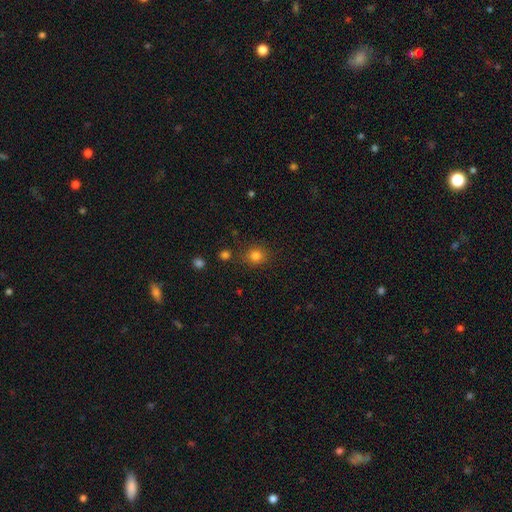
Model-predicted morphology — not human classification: This appears to be a smooth galaxy with no disk features (81%) that is round (83%). Merging: none (84%).